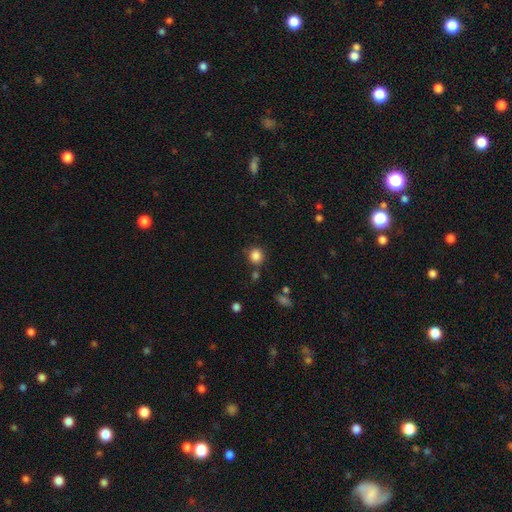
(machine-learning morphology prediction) Q: Smooth or featured?
A: smooth (85%); runner-up: star or artifact (11%)
Q: How rounded?
A: round (84%); runner-up: in between (15%)
Q: Merging?
A: none (79%); runner-up: minor disturbance (11%)